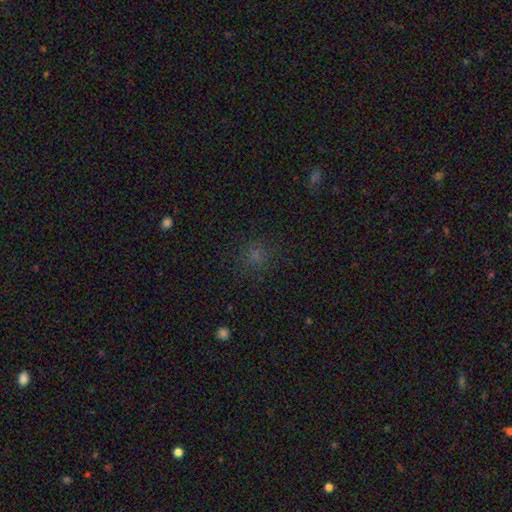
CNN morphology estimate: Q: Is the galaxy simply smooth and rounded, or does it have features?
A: smooth — 67%.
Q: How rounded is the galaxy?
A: round — 85%.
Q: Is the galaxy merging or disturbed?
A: none — 81%.